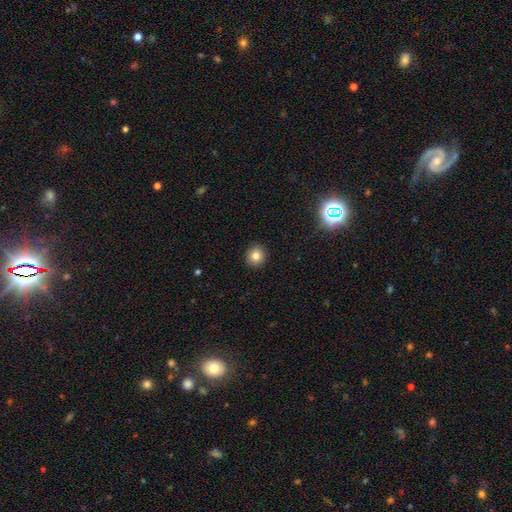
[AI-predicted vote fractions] Morphology: type=smooth (82%); roundness=round (89%); merging=none (92%).